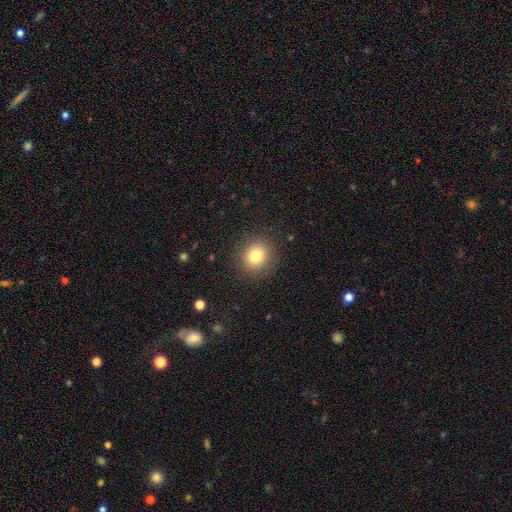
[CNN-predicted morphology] A smooth galaxy with no disk features (81%) that is round (83%). Merging: none (89%).